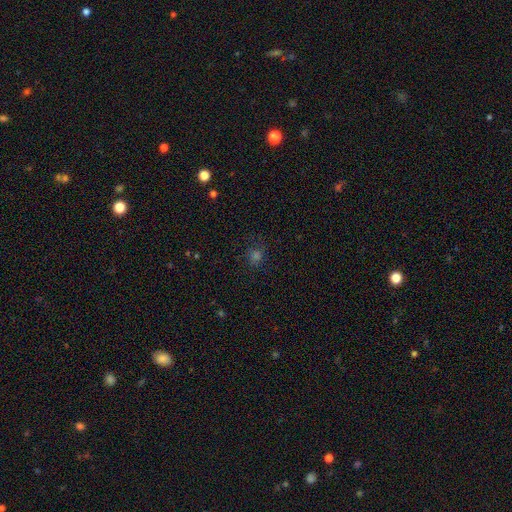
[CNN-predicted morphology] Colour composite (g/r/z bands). It shows a smooth galaxy with no disk features (58%) that is round (84%). Merging: none (78%).